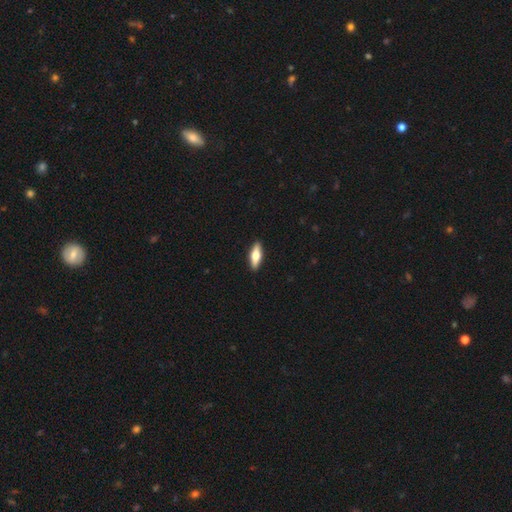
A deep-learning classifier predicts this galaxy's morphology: Q: Smooth or featured?
A: smooth (54%); runner-up: featured or disk (41%)
Q: How rounded?
A: in between (53%); runner-up: cigar-shaped (44%)
Q: Merging?
A: none (91%); runner-up: minor disturbance (7%)